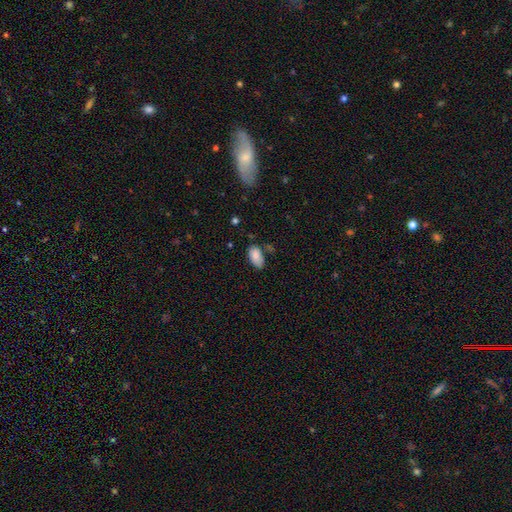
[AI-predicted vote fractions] smooth_or_featured: smooth (p=0.84) [alt: featured or disk p=0.09]
how_rounded: in between (p=0.94) [alt: round p=0.04]
merging: none (p=0.58) [alt: minor disturbance p=0.29]